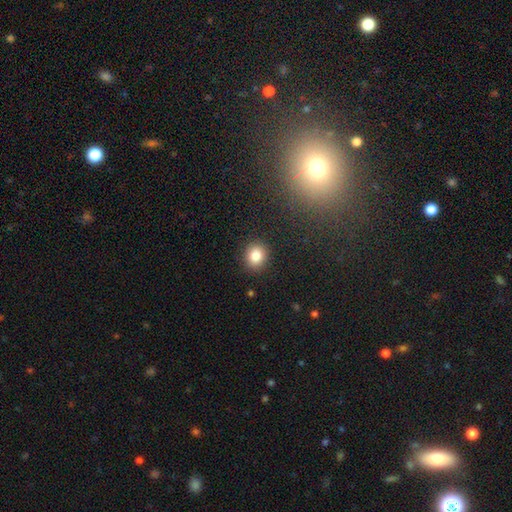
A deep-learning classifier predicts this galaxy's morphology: Q: Smooth or featured?
A: smooth (84%); runner-up: star or artifact (10%)
Q: How rounded?
A: round (73%); runner-up: in between (26%)
Q: Merging?
A: none (90%); runner-up: minor disturbance (7%)